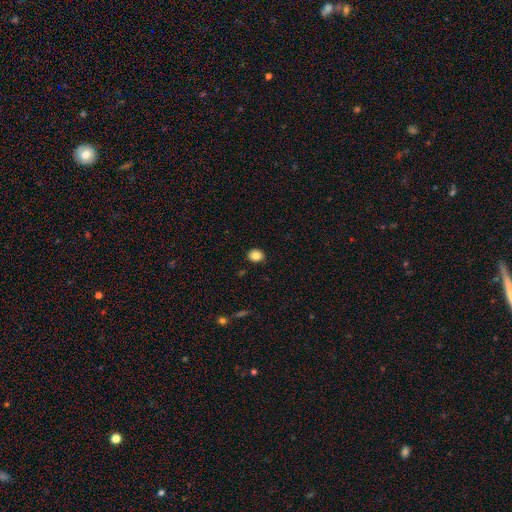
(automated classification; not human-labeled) Smooth or featured? Predicted: smooth (p=0.86). How rounded? Predicted: round (p=0.61). Merging? Predicted: none (p=0.90).